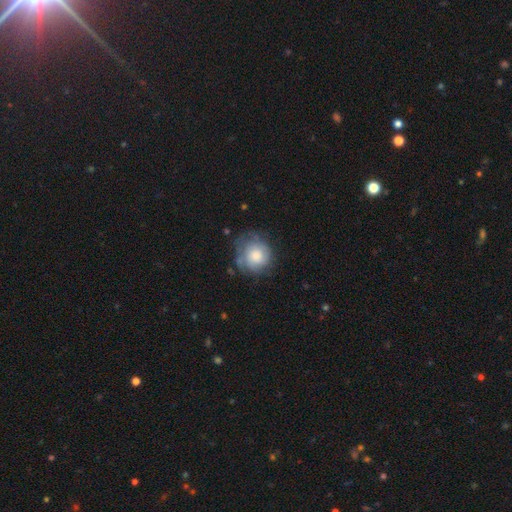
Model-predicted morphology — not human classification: type=smooth (67%); roundness=round (86%); merging=none (60%).